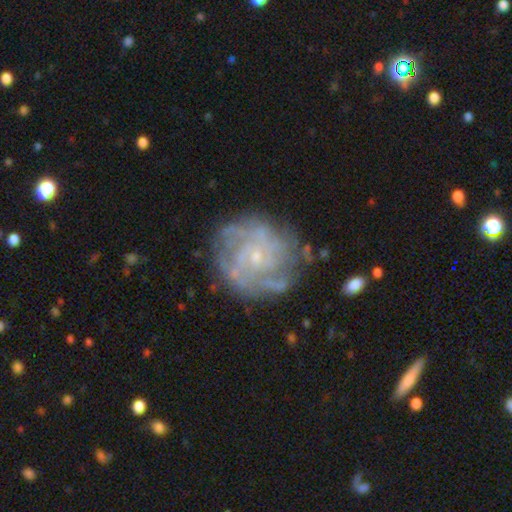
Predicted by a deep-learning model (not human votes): Morphology: type=featured or disk (81%); edge-on=no (98%); bar=no (74%); spiral arms=yes (89%); winding=tight (61%); arm count=can't tell (39%); bulge=small (79%); merging=none (73%).